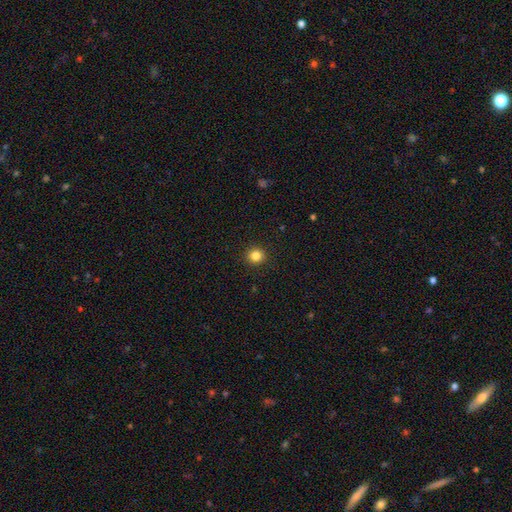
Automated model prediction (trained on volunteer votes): Smooth or featured?
  - smooth: 83% *
  - star or artifact: 12%
  - featured or disk: 5%
How rounded?
  - round: 92% *
  - in between: 7%
  - cigar-shaped: 1%
Merging?
  - none: 92% *
  - minor disturbance: 5%
  - major disturbance: 2%
  - merger: 1%